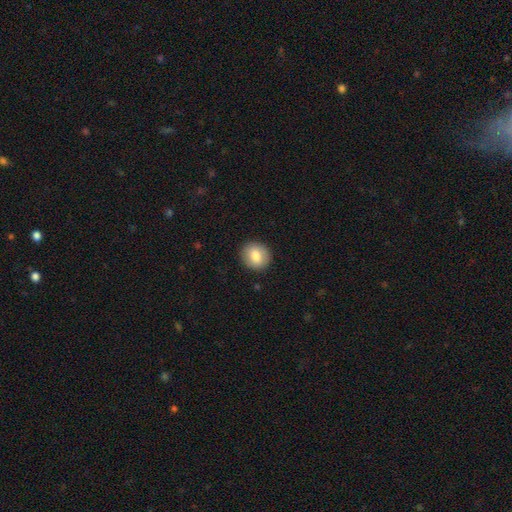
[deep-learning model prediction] Smooth or featured?
  - smooth: 80% *
  - featured or disk: 12%
  - star or artifact: 8%
How rounded?
  - round: 80% *
  - in between: 19%
  - cigar-shaped: 1%
Merging?
  - none: 90% *
  - minor disturbance: 7%
  - major disturbance: 2%
  - merger: 1%